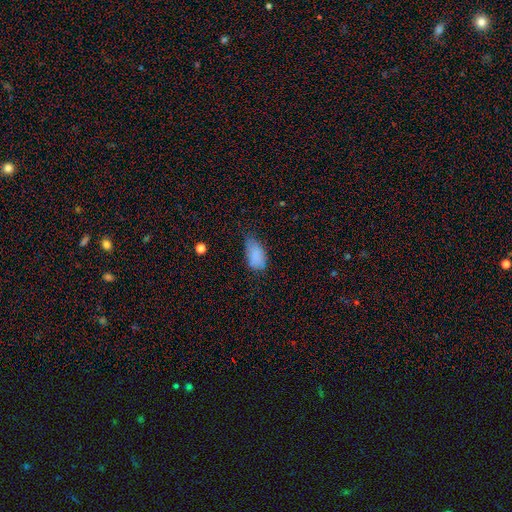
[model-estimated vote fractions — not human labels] The model was most divided on "merging": none: 44%, minor disturbance: 42%, major disturbance: 12%, merger: 2%. More confident: how rounded — in between (93%); smooth or featured — smooth (83%).